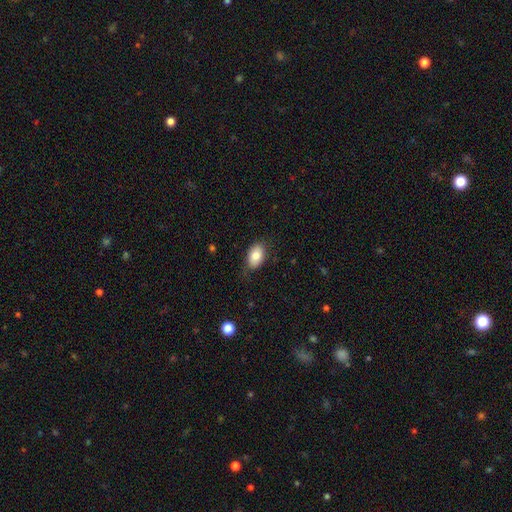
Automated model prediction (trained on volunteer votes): Smooth or featured: smooth — 81% (featured or disk — 11%)
How rounded: in between — 89% (round — 10%)
Merging: none — 78% (minor disturbance — 17%)